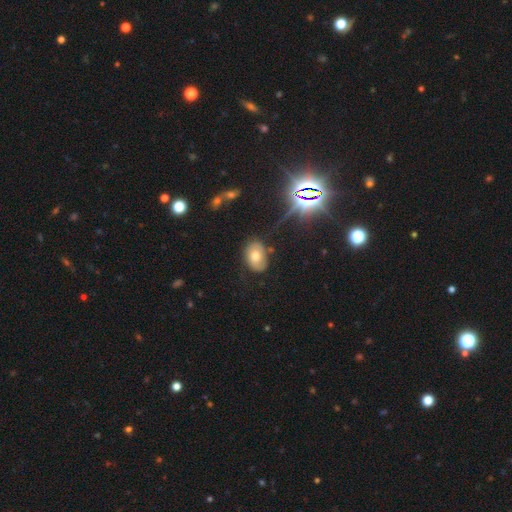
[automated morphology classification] Overall: smooth (64%). How rounded: in between (81%). Merging: none (76%).